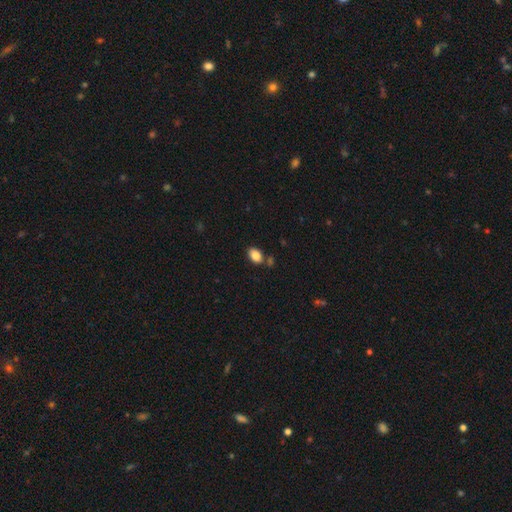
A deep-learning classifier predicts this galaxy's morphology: Q: Smooth or featured?
A: smooth (86%); runner-up: star or artifact (8%)
Q: How rounded?
A: in between (88%); runner-up: round (11%)
Q: Merging?
A: none (74%); runner-up: minor disturbance (12%)